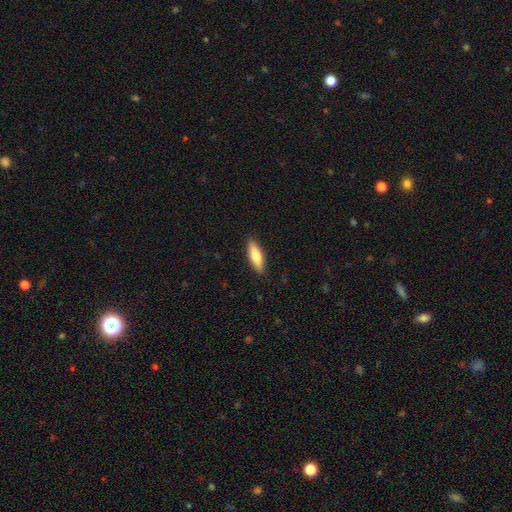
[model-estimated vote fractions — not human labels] Smooth or featured? Predicted: smooth (p=0.75). How rounded? Predicted: in between (p=0.50). Merging? Predicted: none (p=0.89).